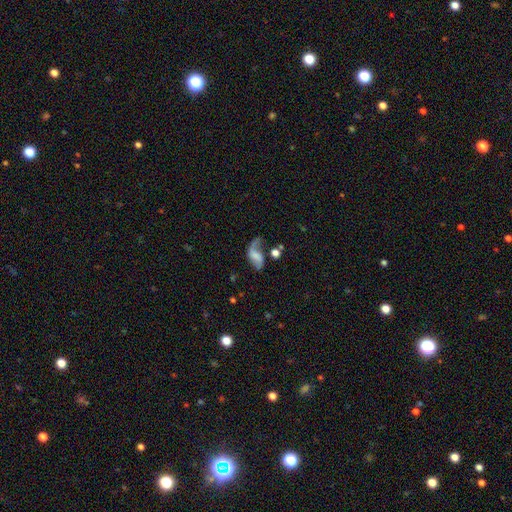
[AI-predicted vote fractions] A featured or disk galaxy (70%) with no bar (42%), 2 (77%) loose (78%) spiral arms (90%) and no central bulge (47%). Merging: none (44%).